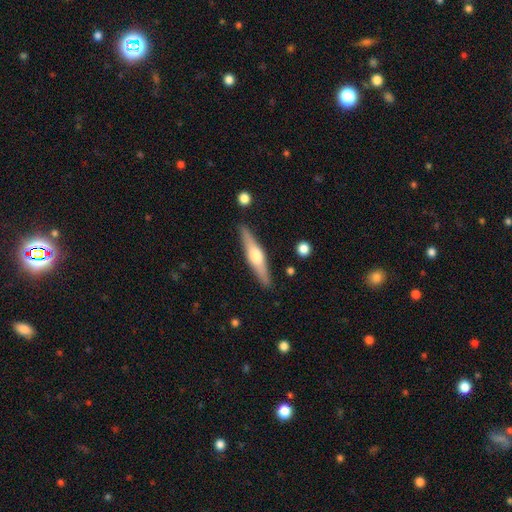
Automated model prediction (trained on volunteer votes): Overall: featured or disk (61%; smooth 33%). Edge-on disk: yes (96%). Edge-on bulge: rounded (91%). Merging: none (89%).